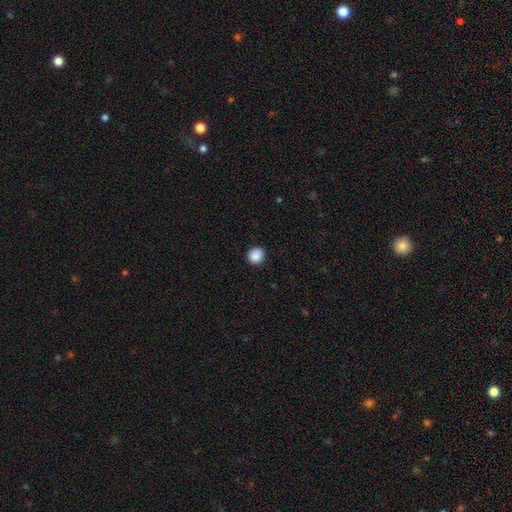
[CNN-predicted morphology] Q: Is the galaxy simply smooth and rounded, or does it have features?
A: smooth — 88%.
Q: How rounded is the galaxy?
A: round — 90%.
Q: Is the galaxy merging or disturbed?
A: none — 92%.